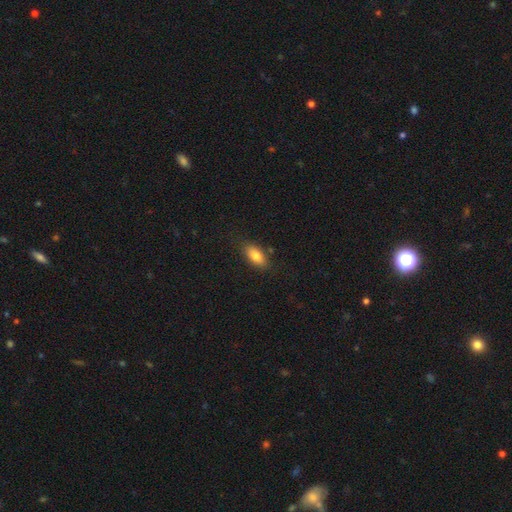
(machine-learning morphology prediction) Smooth or featured? Predicted: smooth (p=0.81). How rounded? Predicted: in between (p=0.88). Merging? Predicted: none (p=0.81).